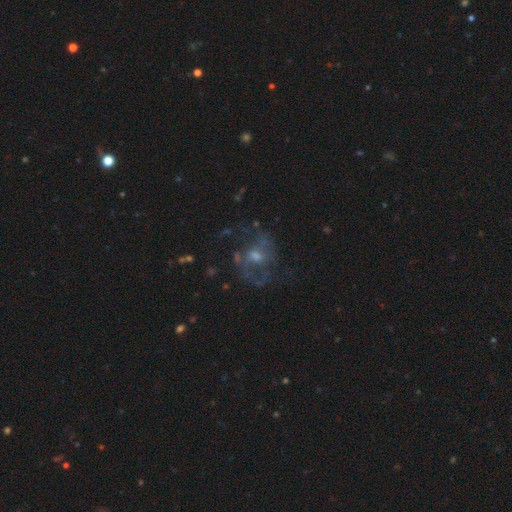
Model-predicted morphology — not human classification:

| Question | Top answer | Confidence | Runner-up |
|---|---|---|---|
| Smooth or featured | featured or disk | 67% | smooth (17%) |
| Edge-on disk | no | 97% | yes (3%) |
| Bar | no | 61% | weak (31%) |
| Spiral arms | yes | 66% | no (34%) |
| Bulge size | moderate | 51% | small (39%) |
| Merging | none | 58% | major disturbance (22%) |